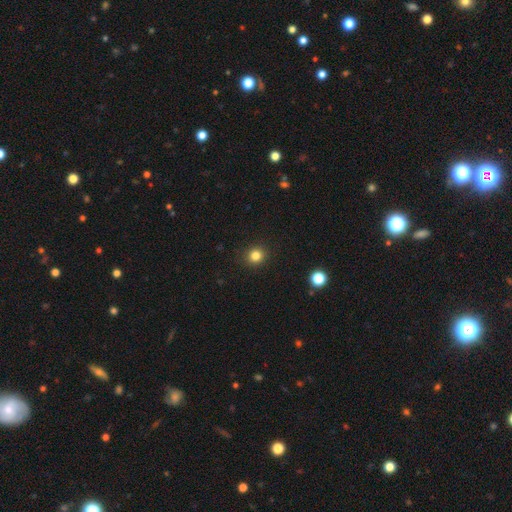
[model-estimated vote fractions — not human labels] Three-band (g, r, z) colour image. It shows a smooth galaxy with no disk features (83%) that is round (89%). Merging: none (91%).